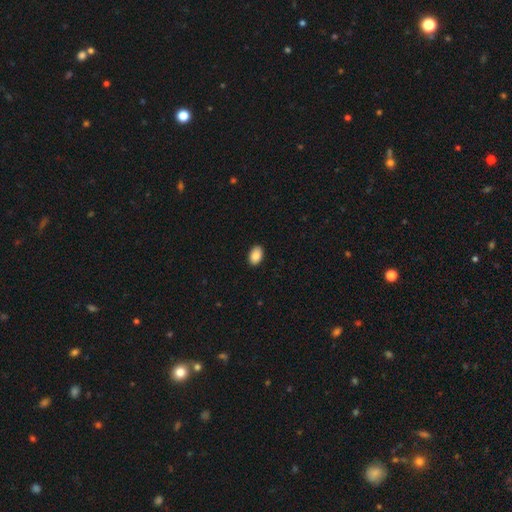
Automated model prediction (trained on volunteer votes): This is clearly a smooth galaxy (89%). How rounded: clearly in between (88%). Merging: clearly none (90%).